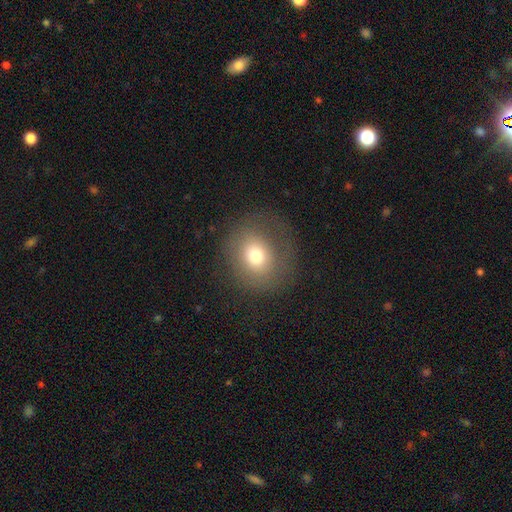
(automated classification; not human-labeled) This is likely a smooth galaxy (70%). How rounded: clearly round (82%). Merging: likely none (74%).